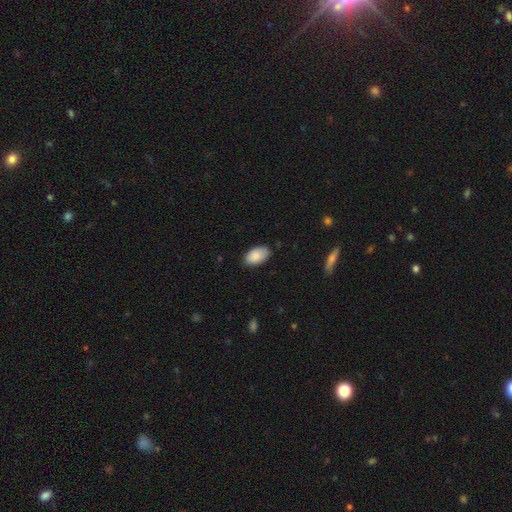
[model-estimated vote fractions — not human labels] This appears to be a smooth galaxy with no disk features (86%) that is in between round and cigar-shaped (94%). Merging: none (81%).